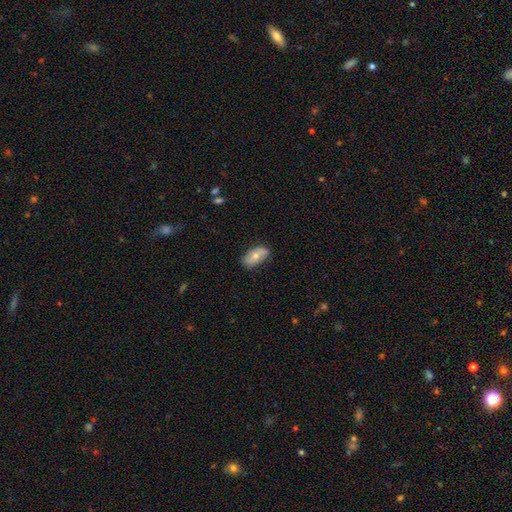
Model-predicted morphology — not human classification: type=smooth (61%); roundness=in between (91%); merging=none (72%).